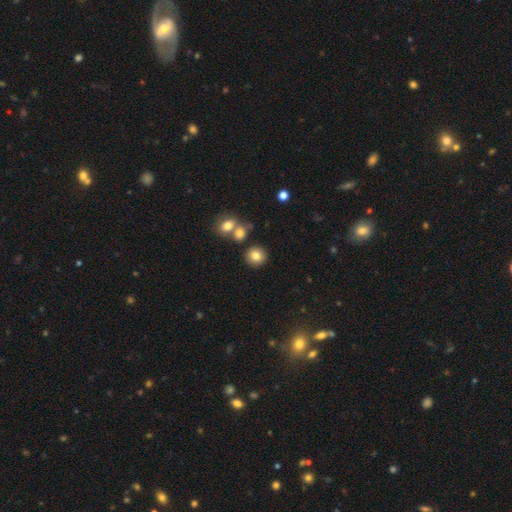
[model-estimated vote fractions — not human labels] Morphology: type=smooth (81%); roundness=round (87%); merging=none (80%).